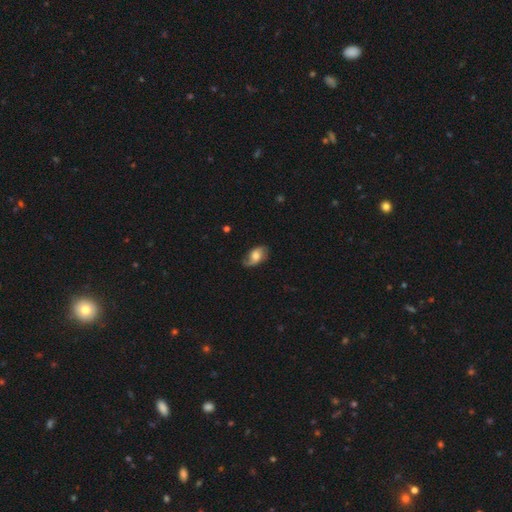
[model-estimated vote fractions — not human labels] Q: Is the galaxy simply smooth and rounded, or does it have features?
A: featured or disk — 51%.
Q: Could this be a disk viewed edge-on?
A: no — 94%.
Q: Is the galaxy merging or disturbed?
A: none — 67%.